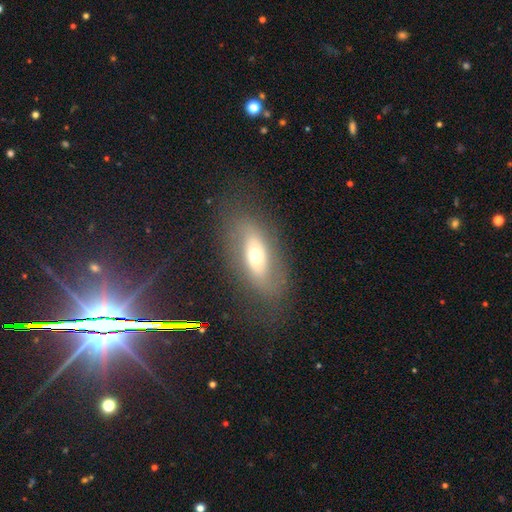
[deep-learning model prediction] Q: Smooth or featured?
A: featured or disk (46%); runner-up: smooth (44%)
Q: Merging?
A: none (71%); runner-up: minor disturbance (16%)